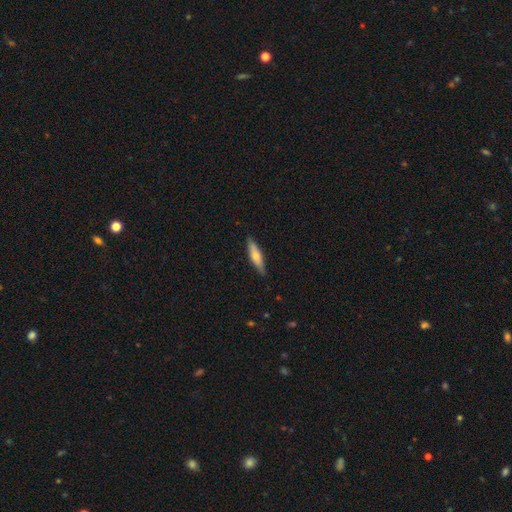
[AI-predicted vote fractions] This appears to be a smooth galaxy with no disk features (57%) that is cigar-shaped (73%). Merging: none (85%).